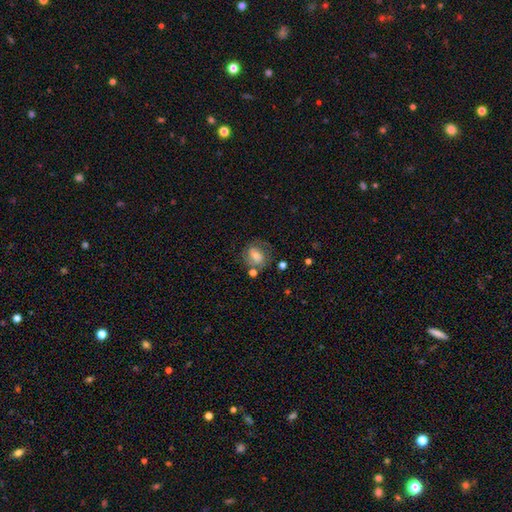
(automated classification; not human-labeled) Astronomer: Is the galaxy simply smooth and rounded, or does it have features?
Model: featured or disk — 47% (runner-up: smooth, 41%).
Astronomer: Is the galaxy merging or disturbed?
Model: none — 62%.